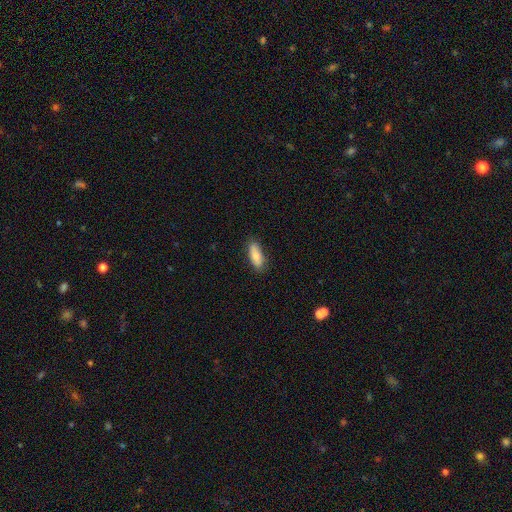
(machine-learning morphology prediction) Smooth or featured? smooth (74%)
How rounded? in between (73%)
Merging? none (83%)